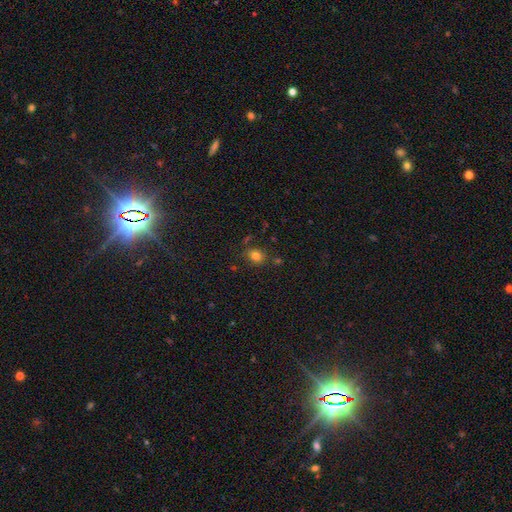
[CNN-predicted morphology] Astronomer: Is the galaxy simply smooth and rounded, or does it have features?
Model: smooth — 79%.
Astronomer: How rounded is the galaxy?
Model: round — 53% (runner-up: in between, 46%).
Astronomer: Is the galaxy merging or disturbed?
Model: none — 77%.